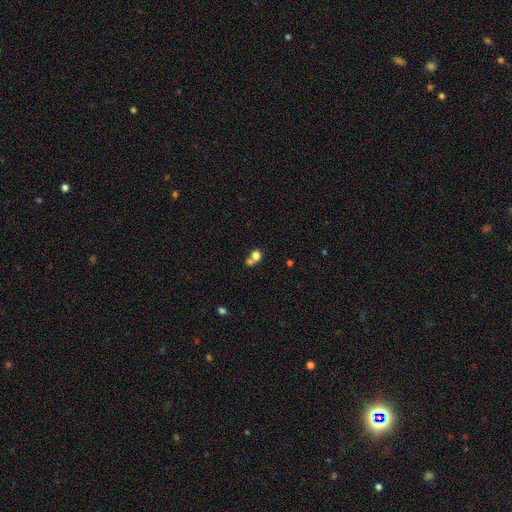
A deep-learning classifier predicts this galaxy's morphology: A smooth galaxy with no disk features (74%) that is round (67%). Merging: merger (55%).